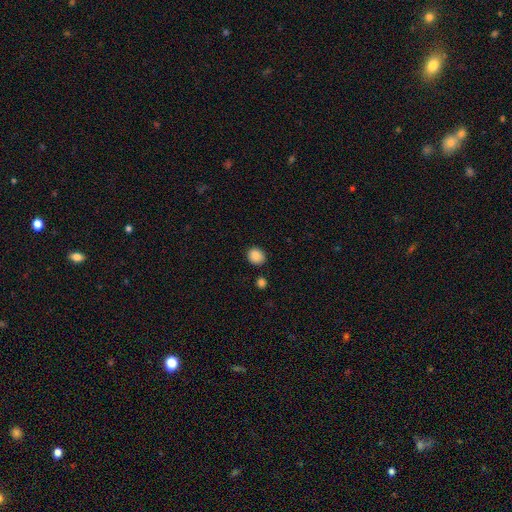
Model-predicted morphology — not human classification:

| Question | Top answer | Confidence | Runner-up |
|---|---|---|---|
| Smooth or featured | smooth | 87% | star or artifact (9%) |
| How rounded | round | 66% | in between (33%) |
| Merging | none | 85% | minor disturbance (9%) |